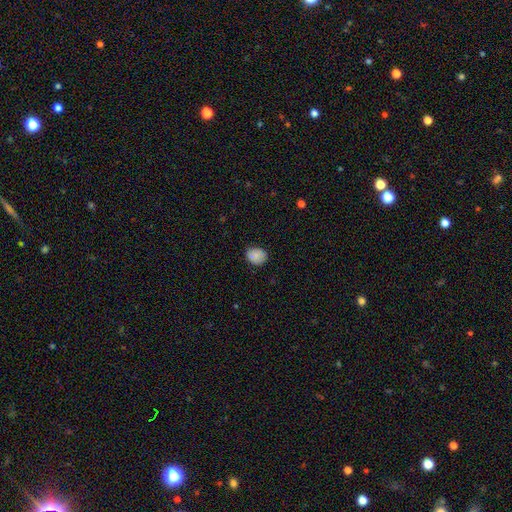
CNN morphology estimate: Smooth or featured?
  - smooth: 85% *
  - star or artifact: 8%
  - featured or disk: 6%
How rounded?
  - round: 61% *
  - in between: 38%
  - cigar-shaped: 1%
Merging?
  - none: 81% *
  - minor disturbance: 16%
  - major disturbance: 3%
  - merger: 1%